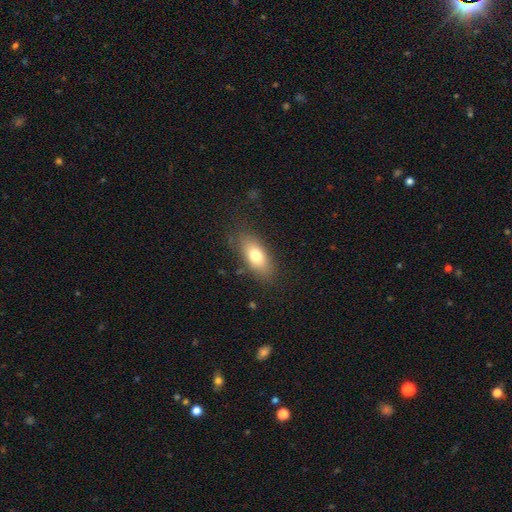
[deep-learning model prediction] Smooth or featured?
  - smooth: 75% *
  - featured or disk: 17%
  - star or artifact: 8%
How rounded?
  - in between: 82% *
  - cigar-shaped: 14%
  - round: 5%
Merging?
  - none: 80% *
  - minor disturbance: 14%
  - major disturbance: 5%
  - merger: 1%